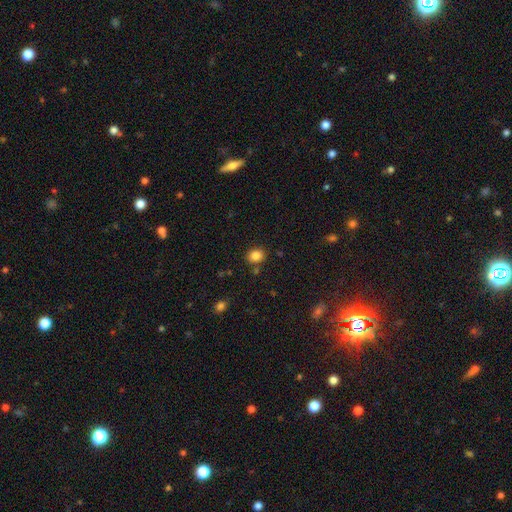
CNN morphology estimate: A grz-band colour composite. It shows a smooth galaxy with no disk features (85%) that is round (57%). Merging: none (79%).